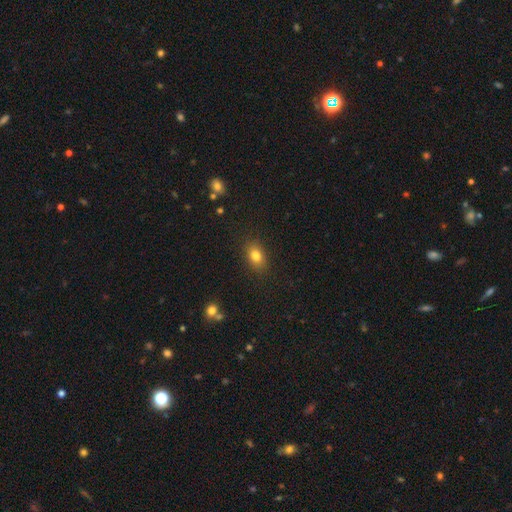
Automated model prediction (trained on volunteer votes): Smooth or featured?
  - smooth: 81% *
  - star or artifact: 11%
  - featured or disk: 8%
How rounded?
  - in between: 75% *
  - round: 23%
  - cigar-shaped: 2%
Merging?
  - none: 86% *
  - minor disturbance: 10%
  - major disturbance: 3%
  - merger: 1%